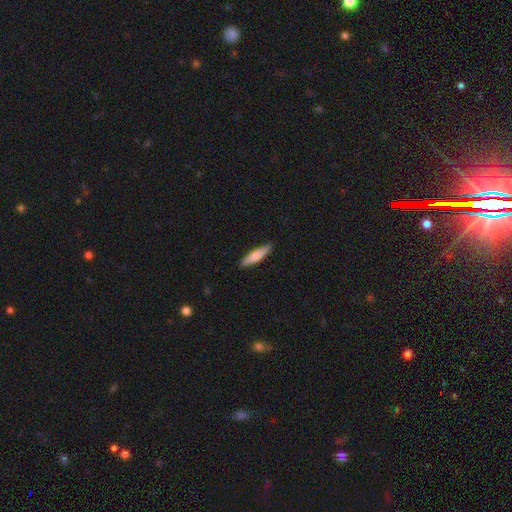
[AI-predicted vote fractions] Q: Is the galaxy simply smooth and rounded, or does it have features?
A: smooth — 76%.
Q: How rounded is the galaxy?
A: cigar-shaped — 79%.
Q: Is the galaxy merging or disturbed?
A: none — 89%.